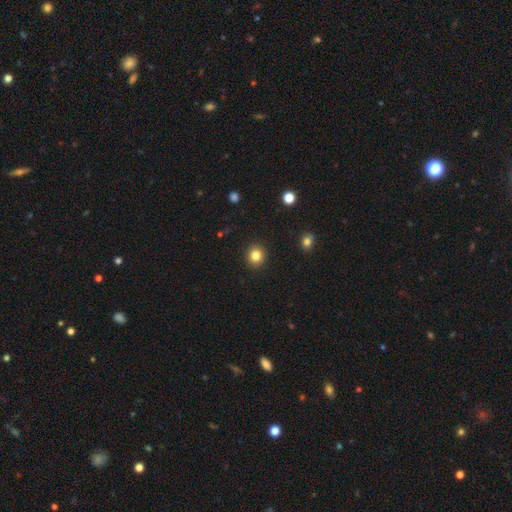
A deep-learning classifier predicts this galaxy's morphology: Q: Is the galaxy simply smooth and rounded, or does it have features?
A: smooth — 83%.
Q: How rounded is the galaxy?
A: round — 88%.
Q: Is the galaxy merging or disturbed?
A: none — 92%.